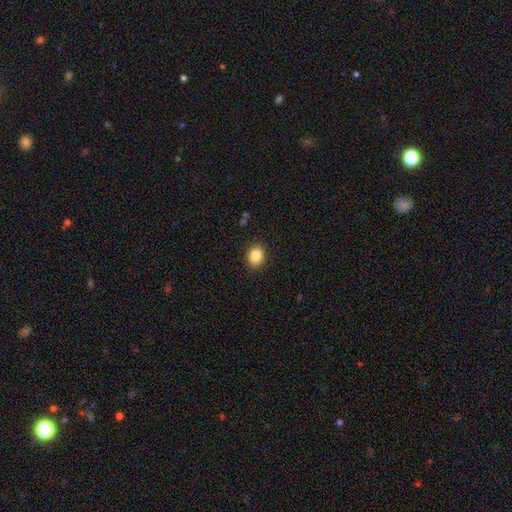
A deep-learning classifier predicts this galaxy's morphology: smooth 86%, star or artifact 10%, featured or disk 5%. Down the decision tree: how rounded — round (51%); merging — none (89%).